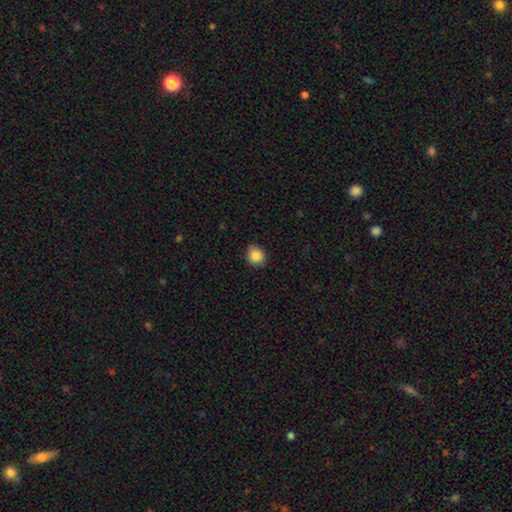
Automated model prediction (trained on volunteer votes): smooth-or-featured: smooth: 87% | star or artifact: 9% | featured or disk: 3%
  how-rounded: round: 83% | in between: 16% | cigar-shaped: 1%
  merging: none: 87% | minor disturbance: 10% | major disturbance: 2% | merger: 1%